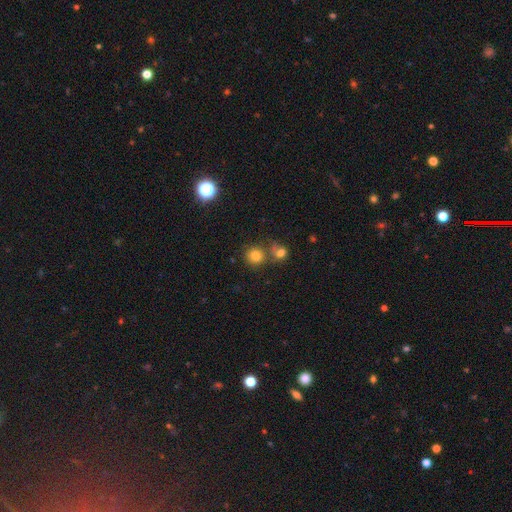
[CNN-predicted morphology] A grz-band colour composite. It shows a smooth galaxy with no disk features (79%) that is round (87%). Merging: none (60%).